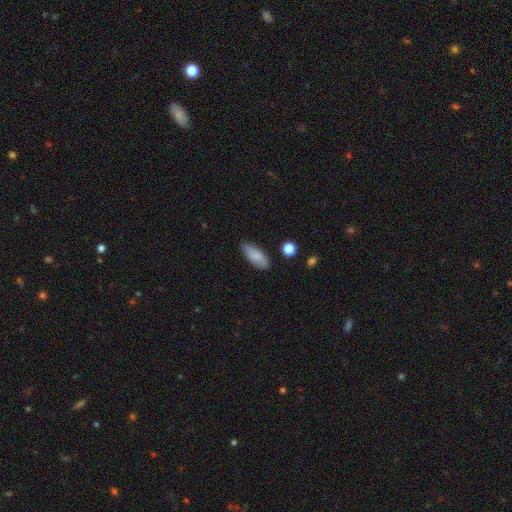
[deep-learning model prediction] This is likely a smooth galaxy (79%). How rounded: likely in between (78%). Merging: likely none (77%).